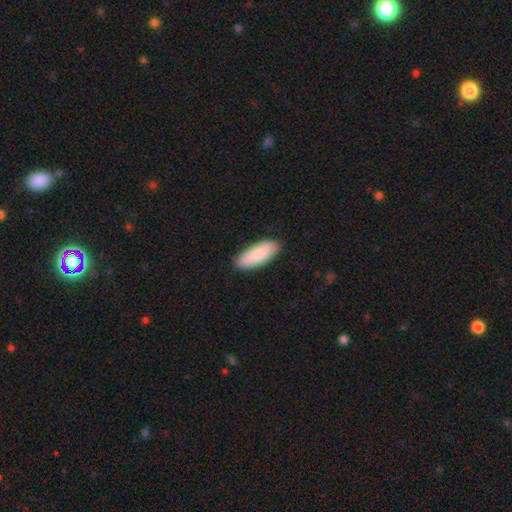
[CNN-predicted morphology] Smooth or featured? smooth (87%)
How rounded? in between (78%)
Merging? none (88%)